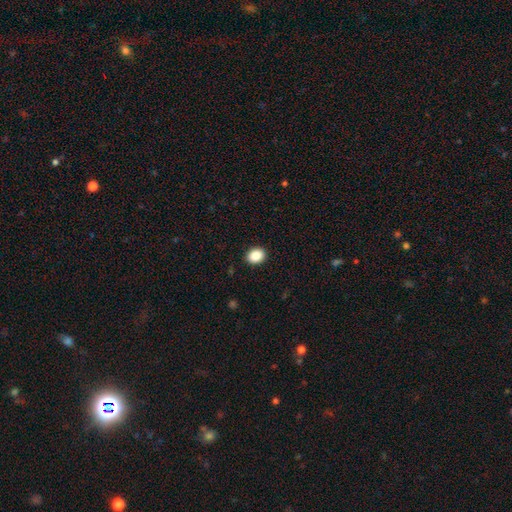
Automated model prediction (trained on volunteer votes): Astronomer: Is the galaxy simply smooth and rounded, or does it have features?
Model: smooth — 88%.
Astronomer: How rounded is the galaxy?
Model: in between — 53% (runner-up: round, 46%).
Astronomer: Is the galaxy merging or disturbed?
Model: none — 91%.